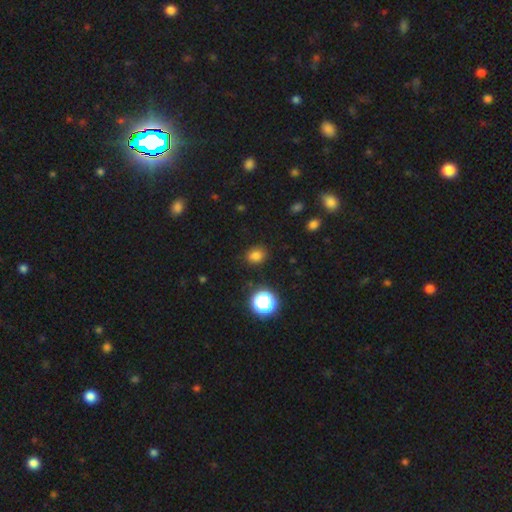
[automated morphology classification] This is likely a smooth galaxy (78%). How rounded: likely round (63%). Merging: clearly none (85%).